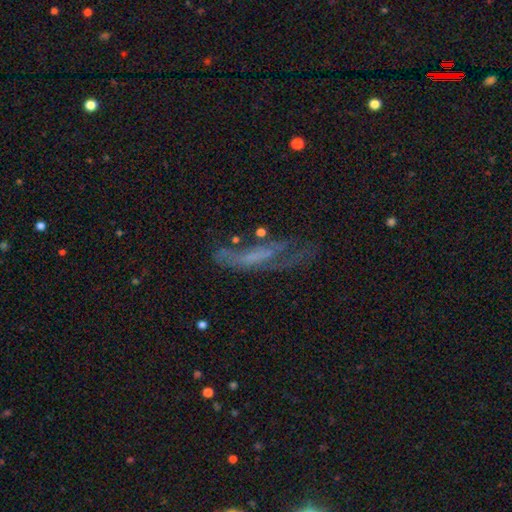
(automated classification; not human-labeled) Smooth or featured? Predicted: featured or disk (p=0.52). Edge-on disk? Predicted: no (p=0.68). Merging? Predicted: major disturbance (p=0.36).